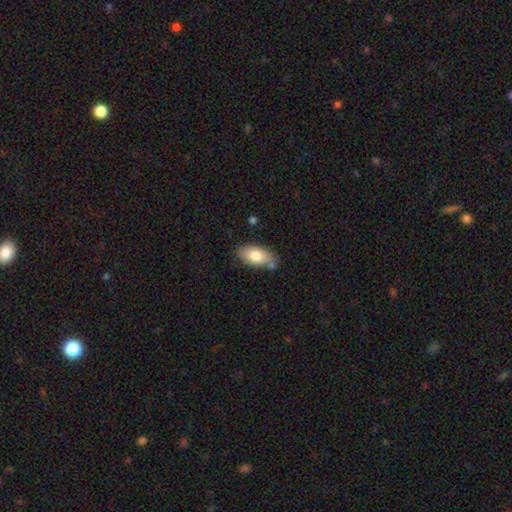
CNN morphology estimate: The model was most divided on "merging": none: 73%, minor disturbance: 16%, merger: 8%, major disturbance: 3%. More confident: how rounded — in between (93%); smooth or featured — smooth (79%).